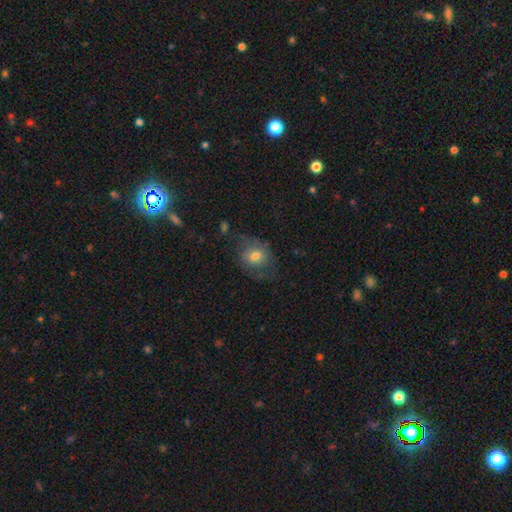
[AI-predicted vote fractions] This appears to be a smooth galaxy with no disk features (50%) that is round (59%). Merging: none (56%).